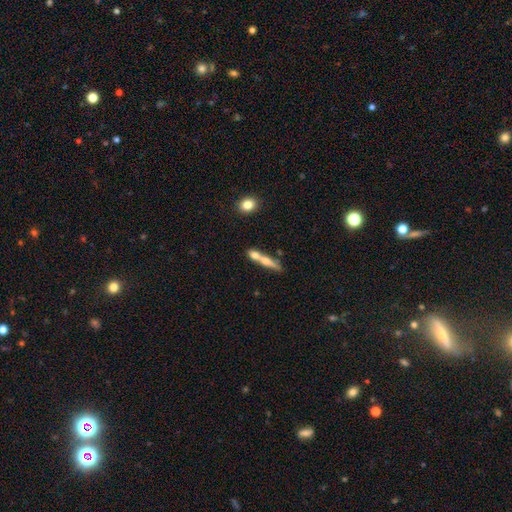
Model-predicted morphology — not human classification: type=smooth (54%); roundness=cigar-shaped (81%); merging=none (49%).